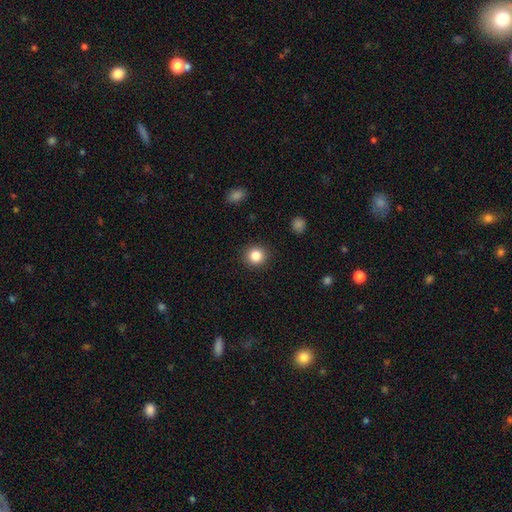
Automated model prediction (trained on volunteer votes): The model was most divided on "smooth or featured": smooth: 85%, star or artifact: 10%, featured or disk: 5%. More confident: merging — none (91%); how rounded — round (91%).